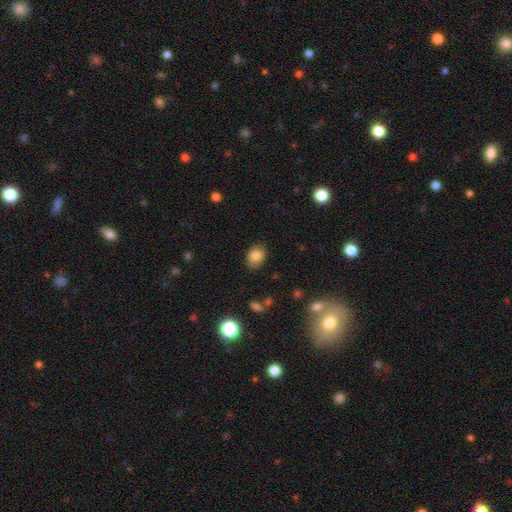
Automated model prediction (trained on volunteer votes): smooth_or_featured: smooth (p=0.82) [alt: star or artifact p=0.09]
how_rounded: in between (p=0.68) [alt: round p=0.31]
merging: none (p=0.79) [alt: minor disturbance p=0.16]